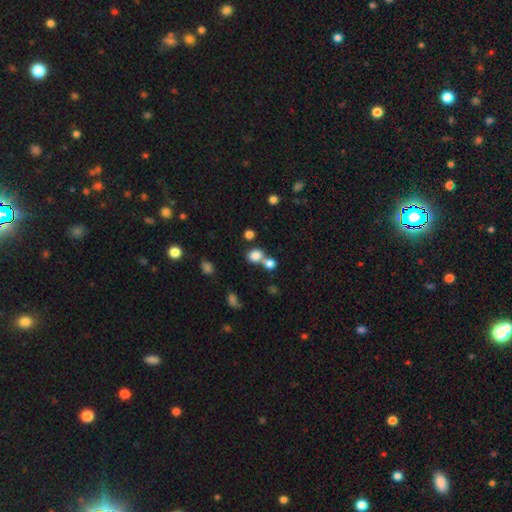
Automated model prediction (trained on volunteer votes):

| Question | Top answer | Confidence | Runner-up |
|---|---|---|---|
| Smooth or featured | smooth | 80% | star or artifact (13%) |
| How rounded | round | 72% | in between (27%) |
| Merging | none | 47% | merger (41%) |